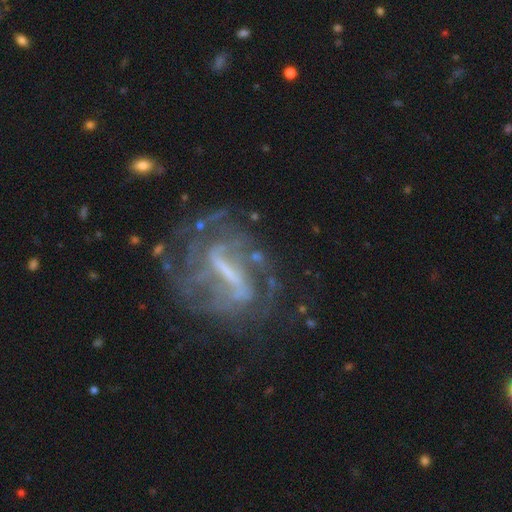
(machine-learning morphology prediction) type=featured or disk (84%); edge-on=no (92%); bar=strong (70%); spiral arms=yes (85%); winding=medium (40%); arm count=2 (36%); bulge=small (35%, tied with none); merging=none (57%).